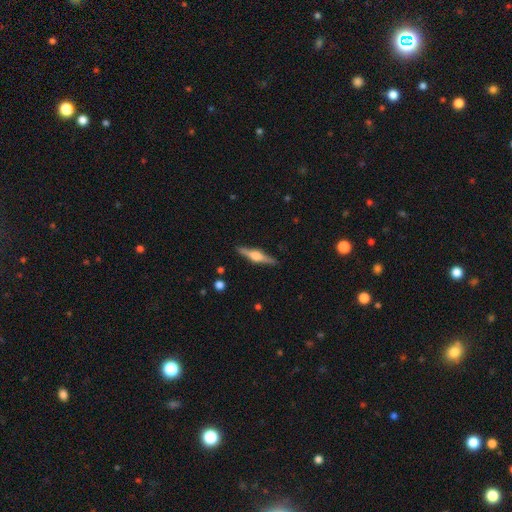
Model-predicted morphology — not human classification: smooth_or_featured: featured or disk (p=0.74) [alt: smooth p=0.21]
disk_edge_on: yes (p=0.98) [alt: no p=0.02]
edge_on_bulge: rounded (p=0.89) [alt: boxy p=0.09]
merging: none (p=0.90) [alt: minor disturbance p=0.07]